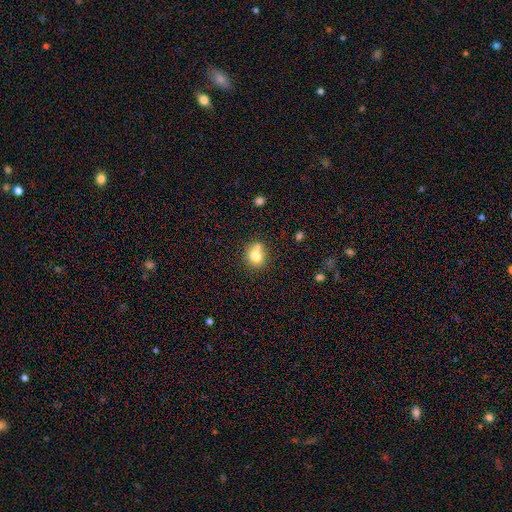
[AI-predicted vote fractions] This appears to be a smooth galaxy with no disk features (76%) that is round (79%). Merging: none (57%).